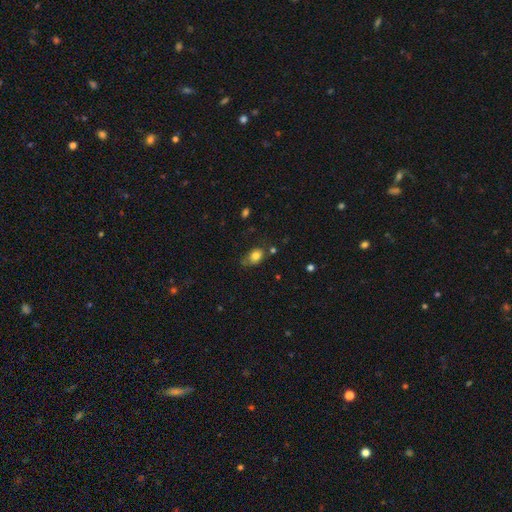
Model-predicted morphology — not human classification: Q: Smooth or featured?
A: smooth (79%); runner-up: featured or disk (11%)
Q: How rounded?
A: in between (75%); runner-up: round (24%)
Q: Merging?
A: none (54%); runner-up: minor disturbance (30%)